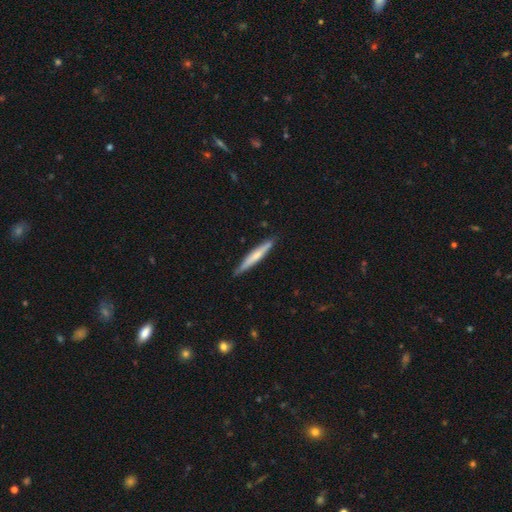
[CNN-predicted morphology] smooth-or-featured: smooth: 55% | featured or disk: 40% | star or artifact: 5%
  how-rounded: cigar-shaped: 95% | in between: 4% | round: 1%
  merging: none: 86% | minor disturbance: 11% | major disturbance: 2% | merger: 1%